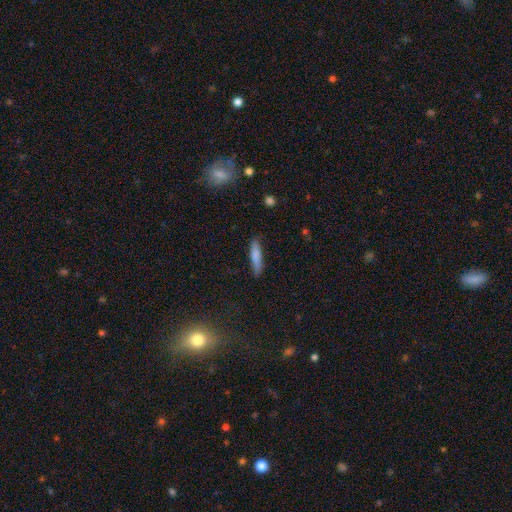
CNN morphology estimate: A smooth galaxy with no disk features (78%) that is cigar-shaped (80%). Merging: none (81%).